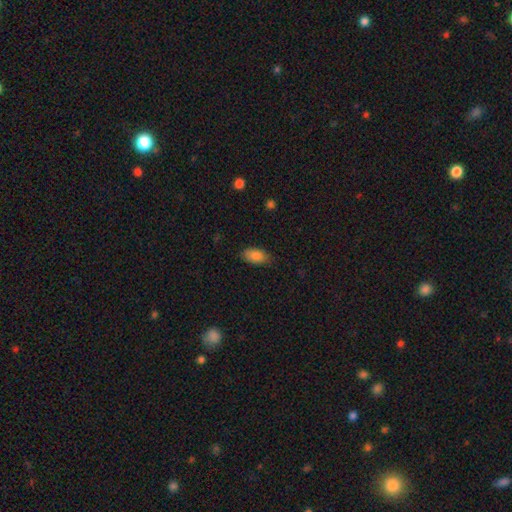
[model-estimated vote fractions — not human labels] smooth 86%, star or artifact 8%, featured or disk 6%. Down the decision tree: how rounded — in between (92%); merging — none (81%).